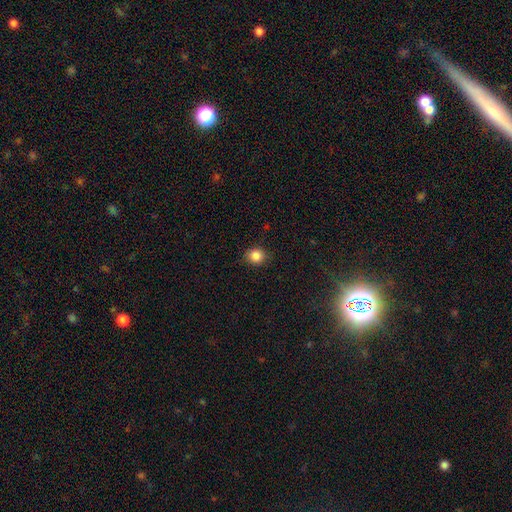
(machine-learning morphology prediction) The model was most divided on "how rounded": round: 81%, in between: 18%, cigar-shaped: 1%. More confident: merging — none (86%); smooth or featured — smooth (85%).